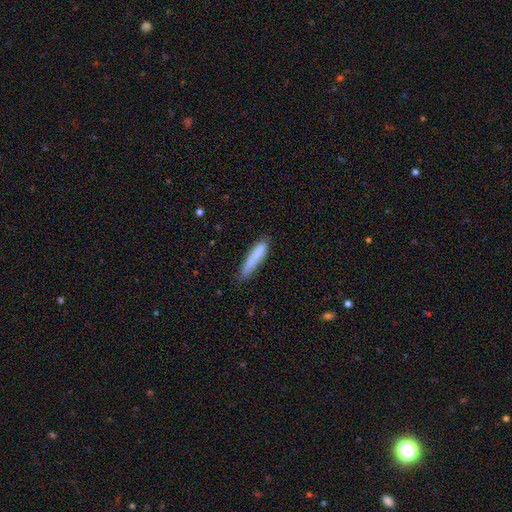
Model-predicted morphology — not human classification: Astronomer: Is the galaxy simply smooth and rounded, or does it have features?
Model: smooth — 82%.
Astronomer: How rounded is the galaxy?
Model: cigar-shaped — 88%.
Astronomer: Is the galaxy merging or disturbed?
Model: none — 74%.